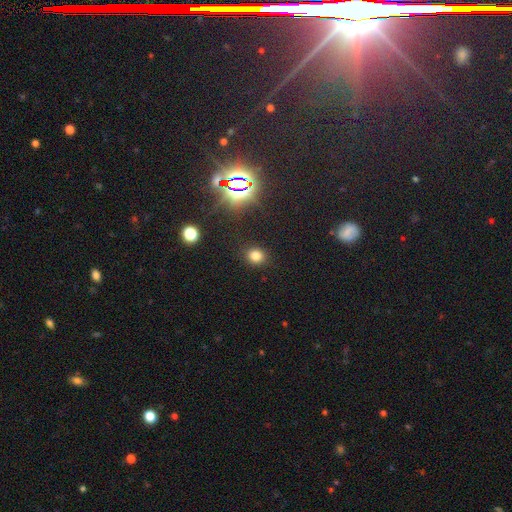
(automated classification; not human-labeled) Morphology: type=smooth (75%); roundness=round (79%); merging=none (89%).